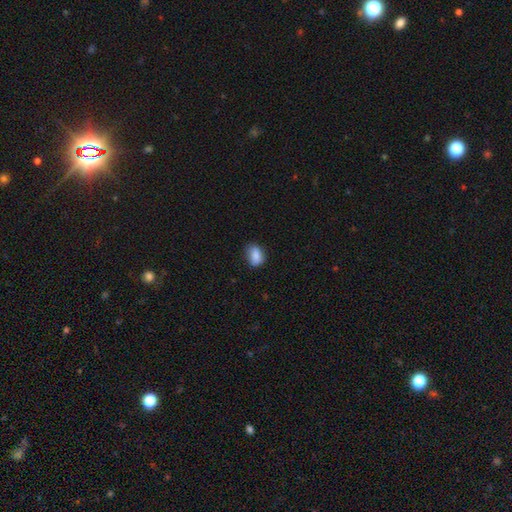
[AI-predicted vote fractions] This is clearly a smooth galaxy (86%). How rounded: likely in between (74%). Merging: likely none (69%).